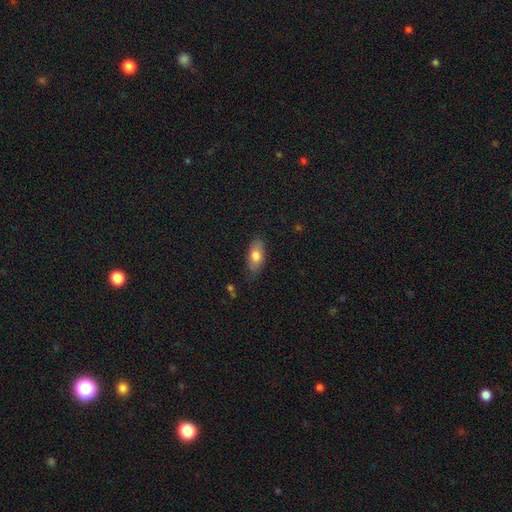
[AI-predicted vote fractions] The model was most divided on "smooth or featured": smooth: 75%, featured or disk: 18%, star or artifact: 7%. More confident: how rounded — in between (87%); merging — none (78%).